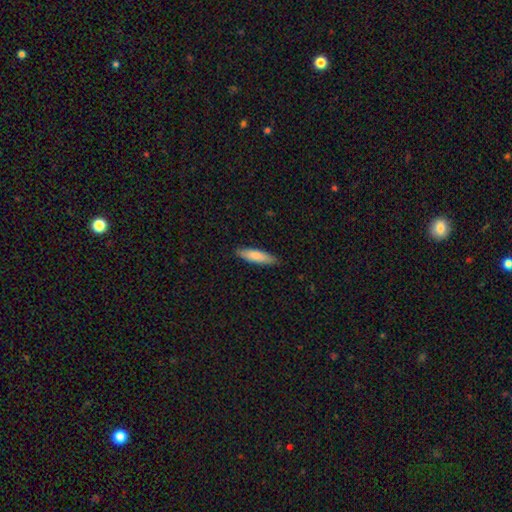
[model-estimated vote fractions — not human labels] A smooth galaxy with no disk features (82%) that is cigar-shaped (66%).

Vote fractions:
- Smooth or featured? smooth: 82% / featured or disk: 12% / star or artifact: 5%
- How rounded? cigar-shaped: 66% / in between: 33% / round: 1%
- Merging? none: 86% / minor disturbance: 11% / major disturbance: 2% / merger: 1%